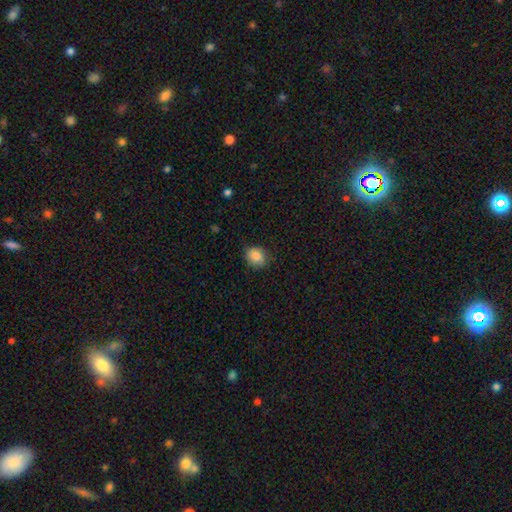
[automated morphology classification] smooth_or_featured: smooth (p=0.84) [alt: star or artifact p=0.09]
how_rounded: round (p=0.62) [alt: in between p=0.37]
merging: none (p=0.79) [alt: minor disturbance p=0.17]